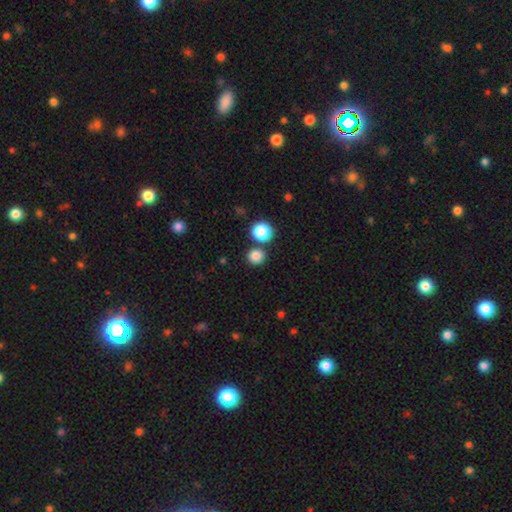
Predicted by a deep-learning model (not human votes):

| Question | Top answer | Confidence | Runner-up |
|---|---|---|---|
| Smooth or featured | smooth | 84% | star or artifact (12%) |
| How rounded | round | 89% | in between (10%) |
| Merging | none | 75% | merger (15%) |